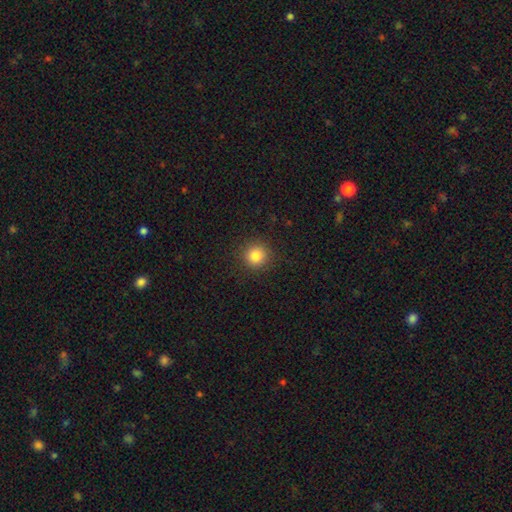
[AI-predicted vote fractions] Overall: smooth (83%). How rounded: round (94%). Merging: none (91%).